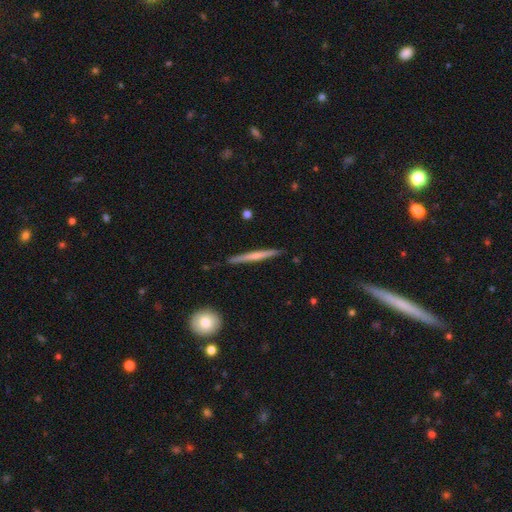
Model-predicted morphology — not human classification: Overall: featured or disk (53%; smooth 42%). Edge-on disk: yes (97%). Edge-on bulge: none (61%; rounded 32%). Merging: none (88%).